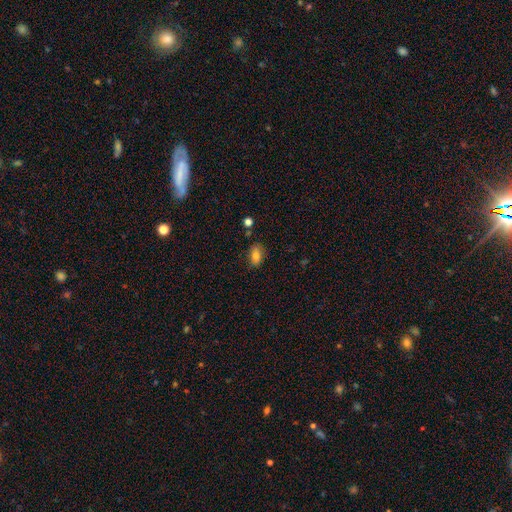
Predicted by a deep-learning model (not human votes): This appears to be a smooth galaxy with no disk features (80%) that is in between round and cigar-shaped (86%). Merging: none (79%).